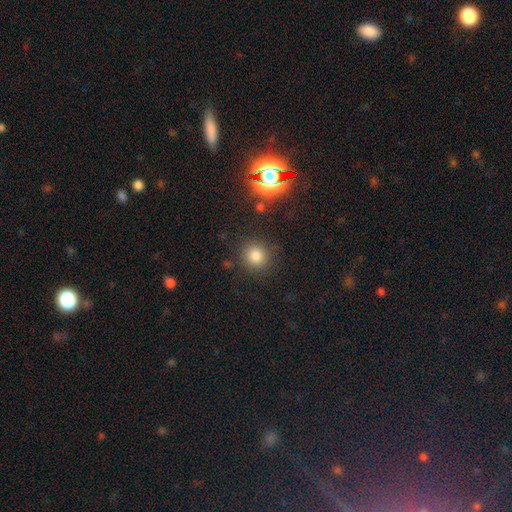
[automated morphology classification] The model was most divided on "smooth or featured": smooth: 79%, star or artifact: 16%, featured or disk: 6%. More confident: how rounded — round (88%); merging — none (84%).